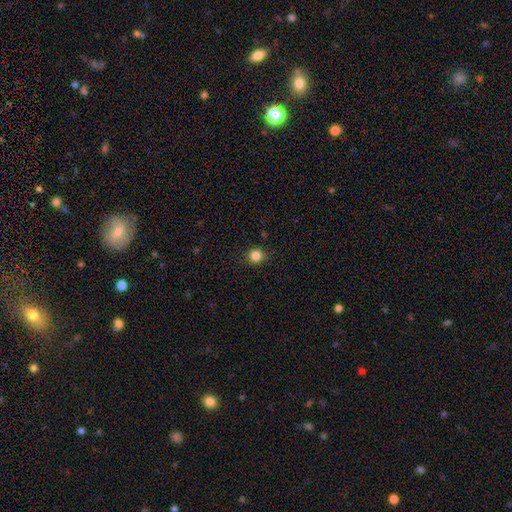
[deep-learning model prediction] smooth 84%, star or artifact 12%, featured or disk 4%. Down the decision tree: how rounded — round (91%); merging — none (90%).